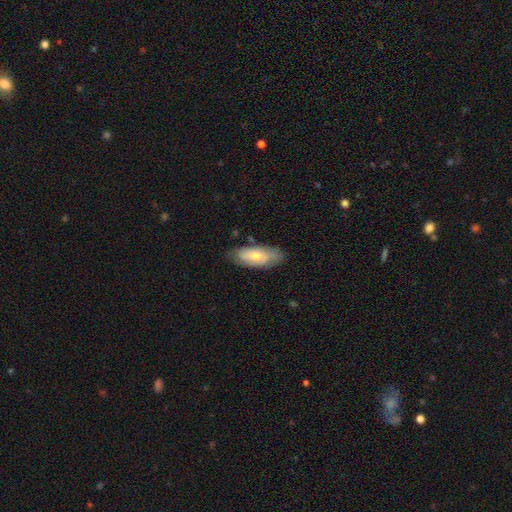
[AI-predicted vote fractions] Overall: smooth (50%; featured or disk 43%). How rounded: in between (76%). Merging: none (76%).